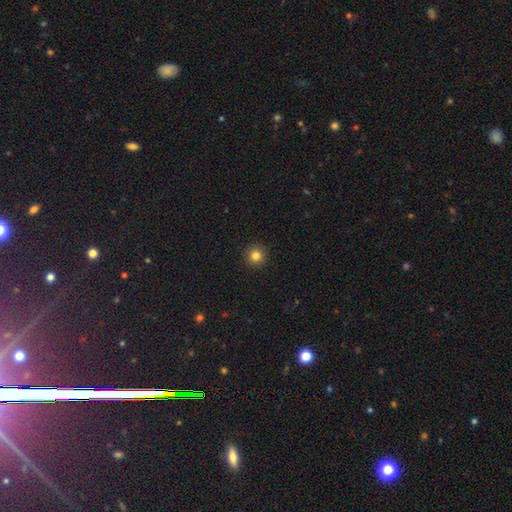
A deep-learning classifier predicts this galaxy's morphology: A smooth galaxy with no disk features (83%) that is round (95%).

Vote fractions:
- Smooth or featured? smooth: 83% / star or artifact: 12% / featured or disk: 5%
- How rounded? round: 95% / in between: 4% / cigar-shaped: 1%
- Merging? none: 93% / minor disturbance: 4% / major disturbance: 2% / merger: 1%